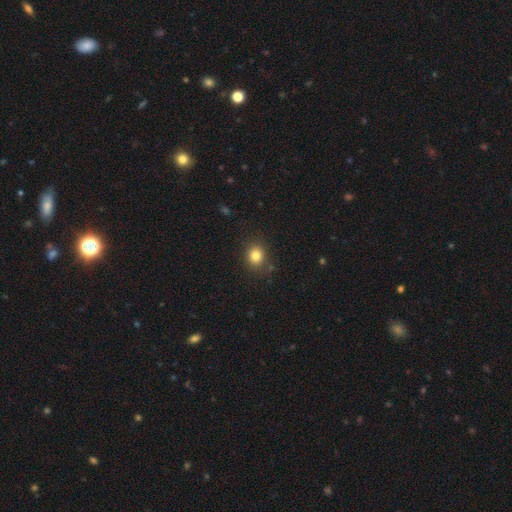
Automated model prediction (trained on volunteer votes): The model was most divided on "how rounded": round: 70%, in between: 29%, cigar-shaped: 1%. More confident: merging — none (84%); smooth or featured — smooth (82%).